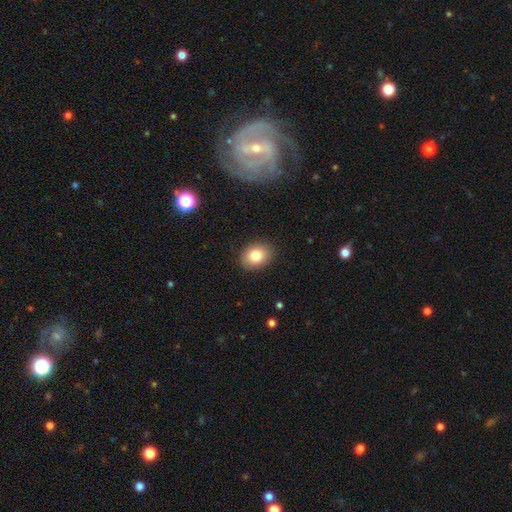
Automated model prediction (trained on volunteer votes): This appears to be a smooth galaxy with no disk features (81%) that is in between round and cigar-shaped (57%). Merging: none (88%).